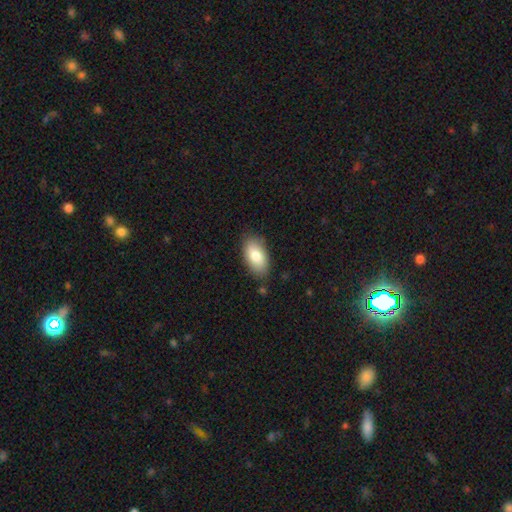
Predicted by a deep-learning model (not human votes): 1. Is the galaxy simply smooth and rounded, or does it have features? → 81% smooth, 13% featured or disk, 6% star or artifact.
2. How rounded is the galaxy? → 94% in between, 4% round, 2% cigar-shaped.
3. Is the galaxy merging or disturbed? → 82% none, 14% minor disturbance, 3% major disturbance, 2% merger.